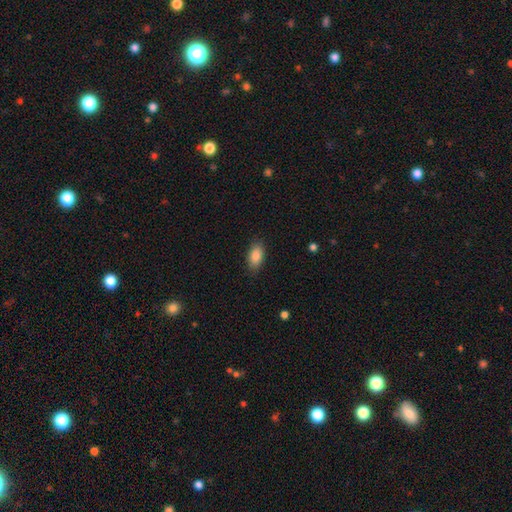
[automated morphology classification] Smooth or featured? Predicted: smooth (p=0.87). How rounded? Predicted: in between (p=0.91). Merging? Predicted: none (p=0.86).